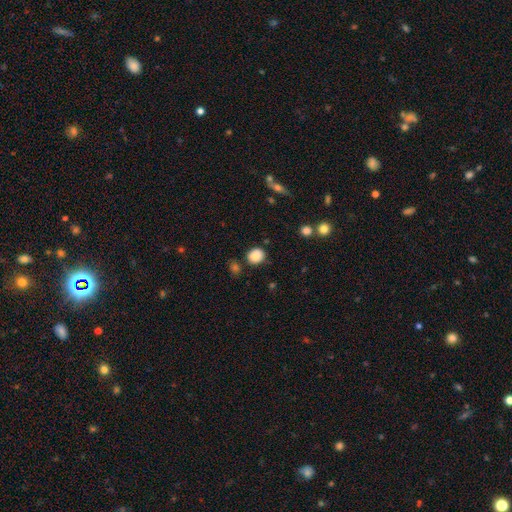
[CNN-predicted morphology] The model was most divided on "how rounded": round: 74%, in between: 25%, cigar-shaped: 1%. More confident: smooth or featured — smooth (86%); merging — none (80%).